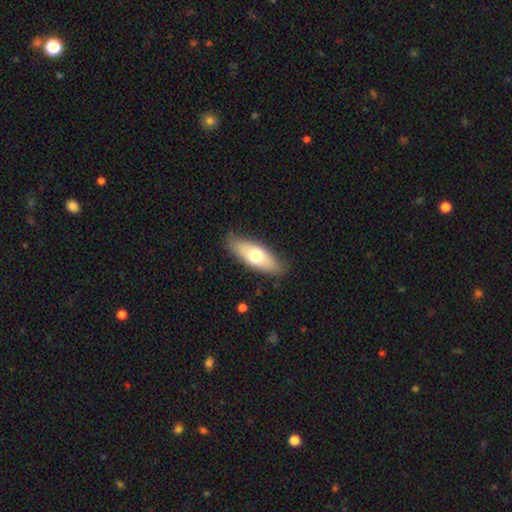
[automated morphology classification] Smooth or featured: smooth — 63% (featured or disk — 31%)
How rounded: in between — 69% (cigar-shaped — 28%)
Merging: none — 84% (minor disturbance — 12%)